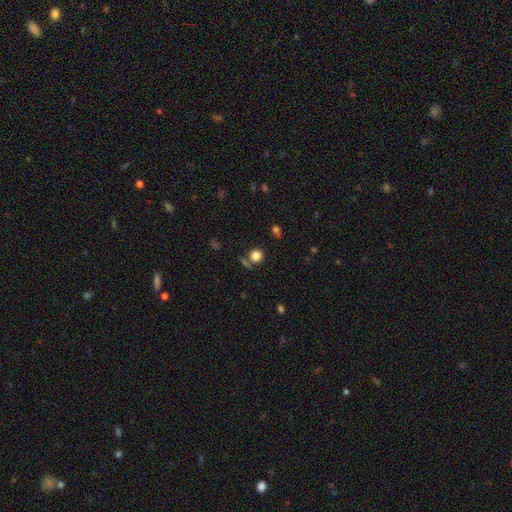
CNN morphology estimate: This is likely a smooth galaxy (80%). How rounded: clearly round (89%). Merging: likely none (72%).